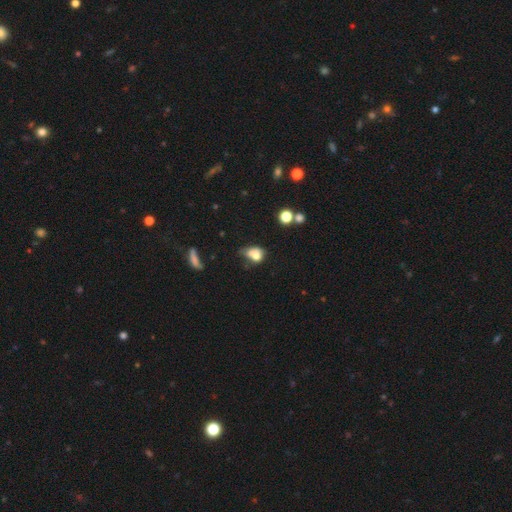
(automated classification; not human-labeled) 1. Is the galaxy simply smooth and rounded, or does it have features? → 74% smooth, 14% featured or disk, 12% star or artifact.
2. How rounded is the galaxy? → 57% in between, 41% round, 2% cigar-shaped.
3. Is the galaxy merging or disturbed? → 35% minor disturbance, 29% none, 22% major disturbance, 15% merger.